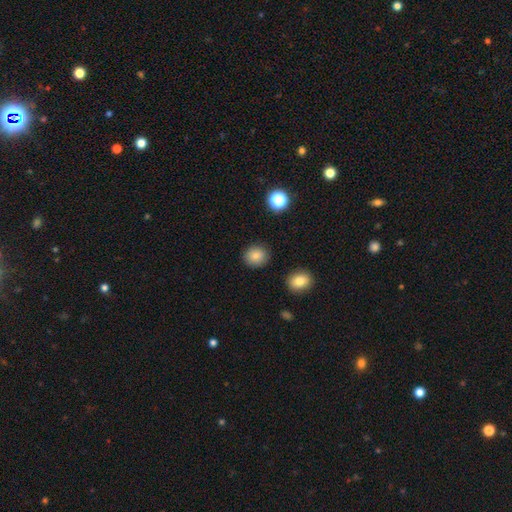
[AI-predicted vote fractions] This appears to be a smooth galaxy with no disk features (84%) that is round (81%). Merging: none (88%).